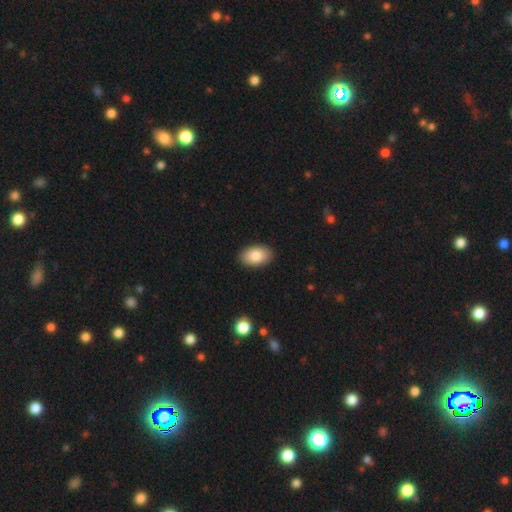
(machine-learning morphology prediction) smooth 85%, featured or disk 8%, star or artifact 7%. Down the decision tree: how rounded — in between (93%); merging — none (90%).